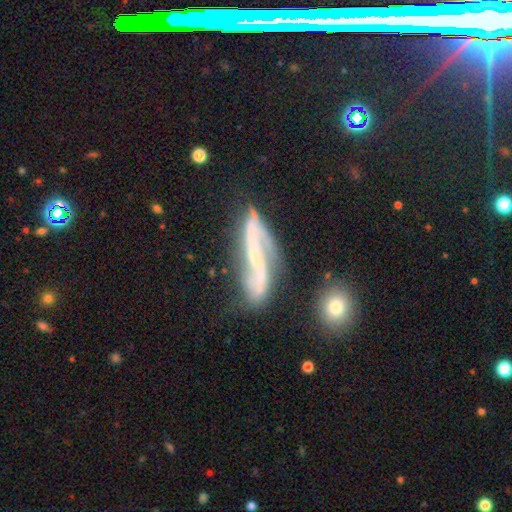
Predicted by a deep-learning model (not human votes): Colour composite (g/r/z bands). It shows a featured or disk galaxy (82%) with a strong bar (42%), 2 (88%) loose (62%) spiral arms (92%) and a small central bulge (61%). Merging: none (62%).